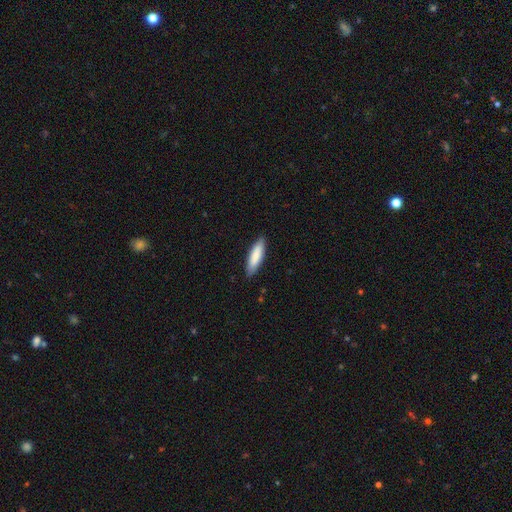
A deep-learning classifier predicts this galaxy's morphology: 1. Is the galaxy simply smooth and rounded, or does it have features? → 83% smooth, 11% featured or disk, 5% star or artifact.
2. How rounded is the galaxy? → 64% cigar-shaped, 34% in between, 1% round.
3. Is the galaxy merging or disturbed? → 86% none, 11% minor disturbance, 2% major disturbance, 1% merger.